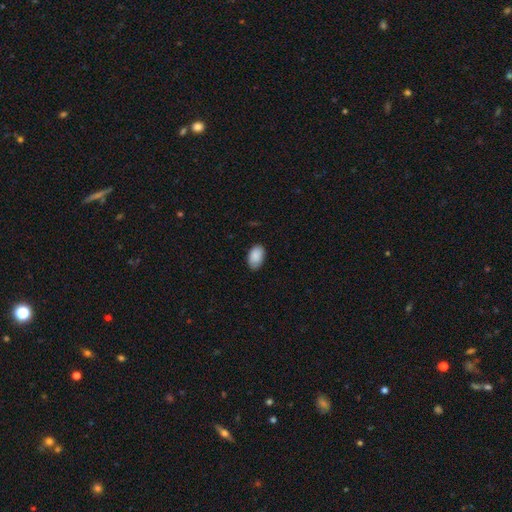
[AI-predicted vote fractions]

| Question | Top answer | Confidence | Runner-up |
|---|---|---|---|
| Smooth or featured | smooth | 89% | star or artifact (6%) |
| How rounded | in between | 92% | round (6%) |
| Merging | none | 80% | minor disturbance (16%) |